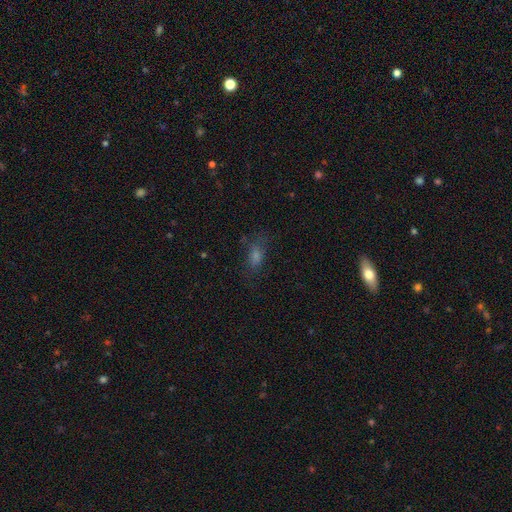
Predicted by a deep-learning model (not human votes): This appears to be a smooth galaxy with no disk features (56%) that is in between round and cigar-shaped (75%). Merging: none (69%).